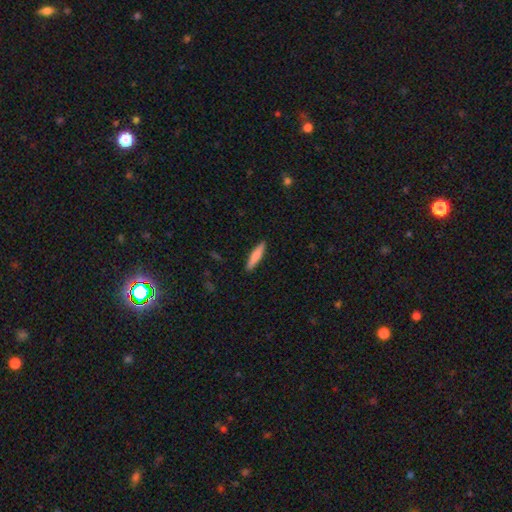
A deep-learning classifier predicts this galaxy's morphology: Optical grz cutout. It shows a smooth galaxy with no disk features (77%) that is cigar-shaped (86%). Merging: none (91%).